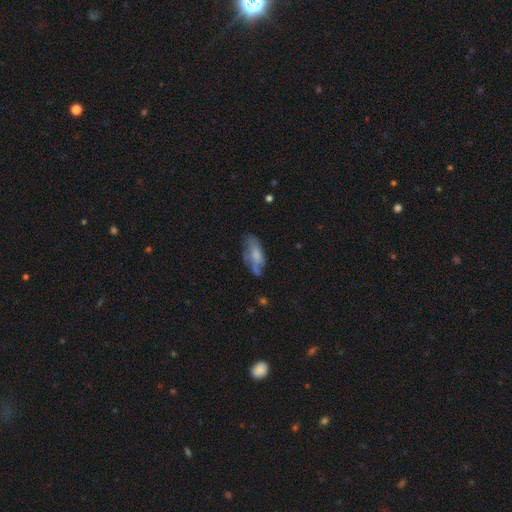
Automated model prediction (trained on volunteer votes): Smooth or featured? Predicted: smooth (p=0.51). How rounded? Predicted: in between (p=0.81). Merging? Predicted: none (p=0.50).